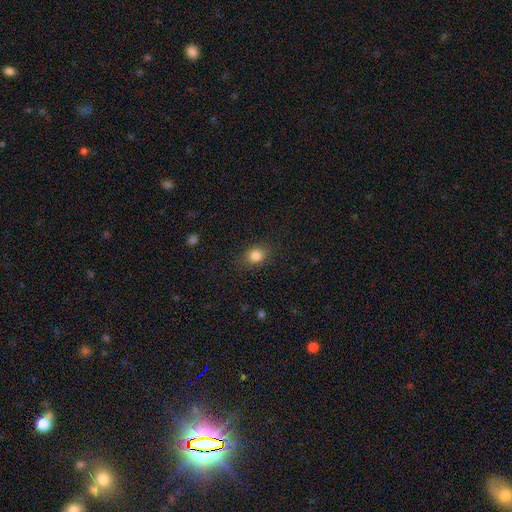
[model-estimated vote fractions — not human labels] Smooth or featured?
  - smooth: 83% *
  - star or artifact: 11%
  - featured or disk: 6%
How rounded?
  - round: 55% *
  - in between: 44%
  - cigar-shaped: 1%
Merging?
  - none: 83% *
  - minor disturbance: 12%
  - major disturbance: 4%
  - merger: 1%